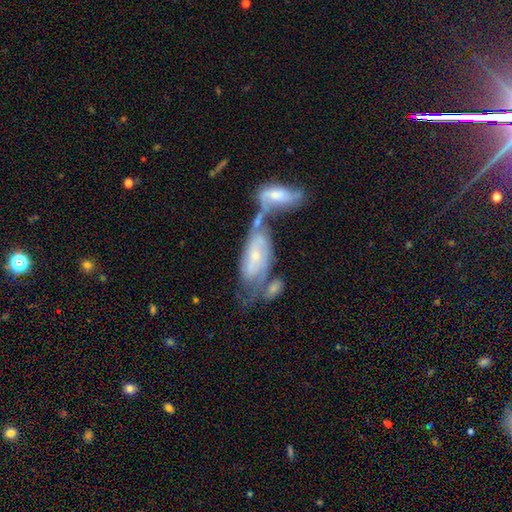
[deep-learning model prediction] smooth-or-featured: featured or disk: 68% | smooth: 24% | star or artifact: 8%
  disk-edge-on: no: 90% | yes: 10%
    bar: no: 65% | weak: 27% | strong: 8%
    has-spiral-arms: yes: 81% | no: 19%
    bulge-size: small: 66% | moderate: 27% | none: 4% | large: 2% | dominant: 1%
  merging: merger: 57% | none: 20% | minor disturbance: 12% | major disturbance: 10%